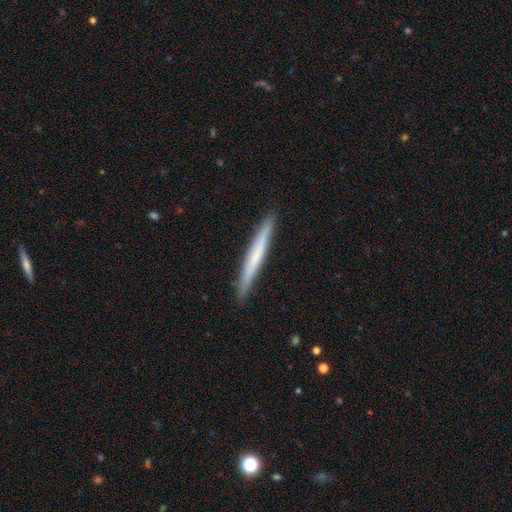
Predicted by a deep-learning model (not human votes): Smooth or featured? smooth (52%)
How rounded? cigar-shaped (97%)
Merging? none (91%)